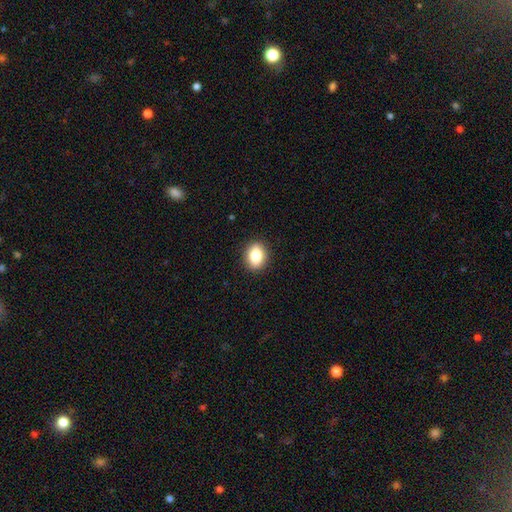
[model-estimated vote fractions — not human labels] Q: Smooth or featured?
A: smooth (81%); runner-up: featured or disk (11%)
Q: How rounded?
A: in between (61%); runner-up: round (37%)
Q: Merging?
A: none (90%); runner-up: minor disturbance (7%)